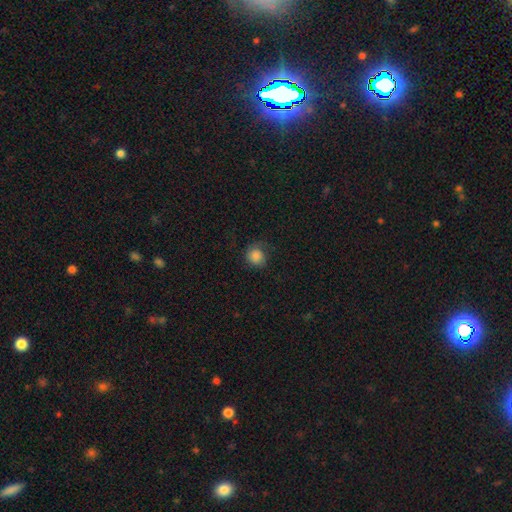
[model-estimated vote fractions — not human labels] Overall: smooth (82%). How rounded: round (85%). Merging: none (68%).